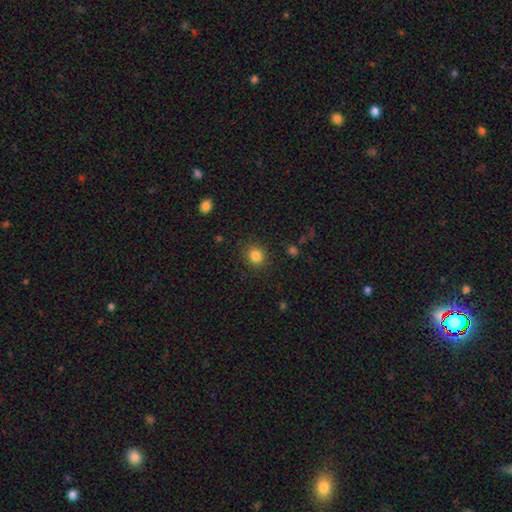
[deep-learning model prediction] Morphology: type=smooth (85%); roundness=round (83%); merging=none (88%).